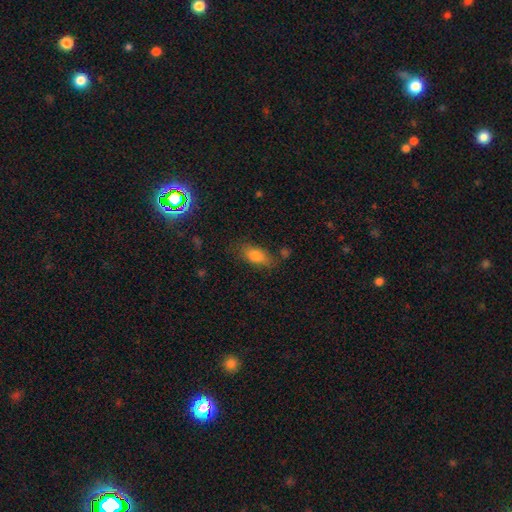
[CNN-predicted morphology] The model was most divided on "merging": none: 71%, minor disturbance: 19%, major disturbance: 6%, merger: 4%. More confident: how rounded — in between (81%); smooth or featured — smooth (78%).